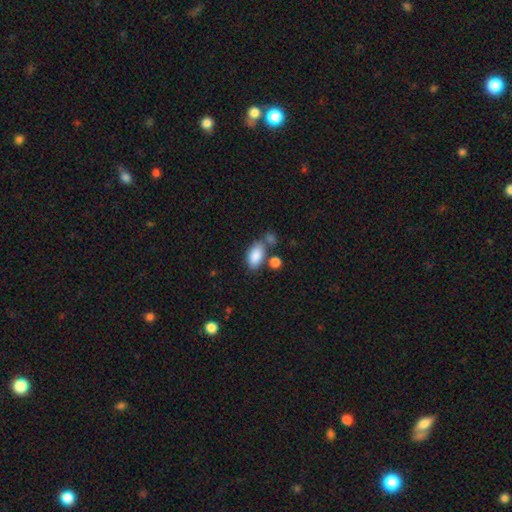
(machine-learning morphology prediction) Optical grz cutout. It shows a smooth galaxy with no disk features (87%) that is in between round and cigar-shaped (93%). Merging: none (60%).